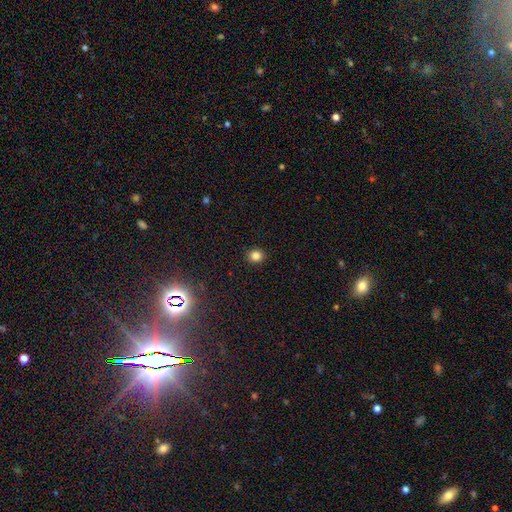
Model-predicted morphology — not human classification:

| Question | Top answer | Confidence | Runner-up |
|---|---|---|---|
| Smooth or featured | smooth | 83% | star or artifact (13%) |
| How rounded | round | 78% | in between (21%) |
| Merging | none | 92% | minor disturbance (6%) |